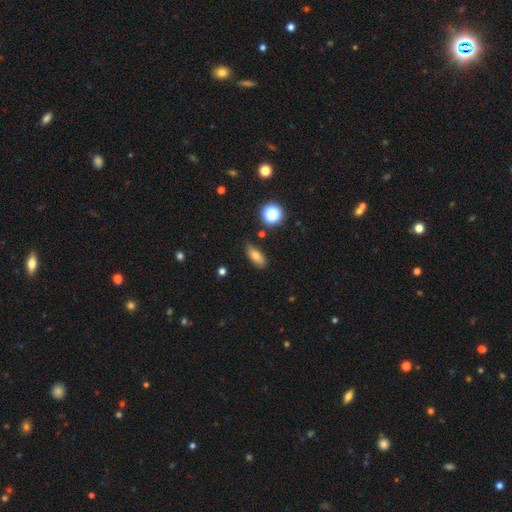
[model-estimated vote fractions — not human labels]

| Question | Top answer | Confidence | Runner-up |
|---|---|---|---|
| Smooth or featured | smooth | 74% | featured or disk (15%) |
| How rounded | in between | 76% | cigar-shaped (17%) |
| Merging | none | 79% | minor disturbance (15%) |